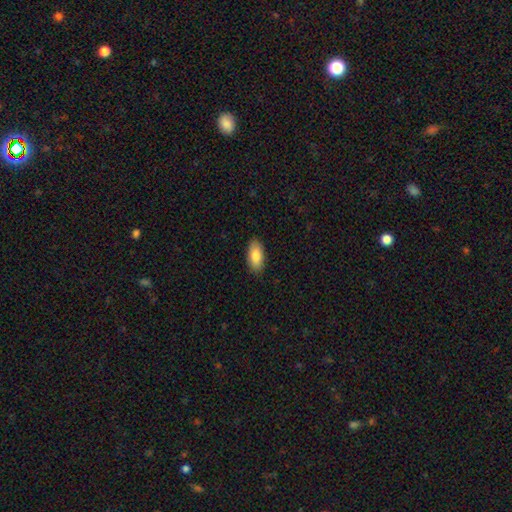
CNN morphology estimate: smooth_or_featured: smooth (p=0.84) [alt: featured or disk p=0.10]
how_rounded: in between (p=0.91) [alt: cigar-shaped p=0.06]
merging: none (p=0.88) [alt: minor disturbance p=0.09]